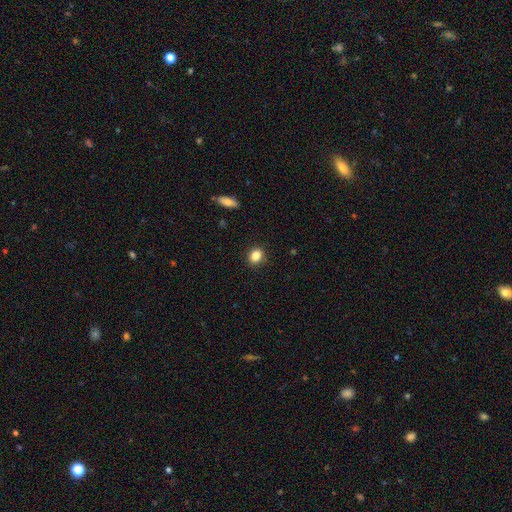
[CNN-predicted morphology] Smooth or featured? Predicted: smooth (p=0.84). How rounded? Predicted: round (p=0.54). Merging? Predicted: none (p=0.88).